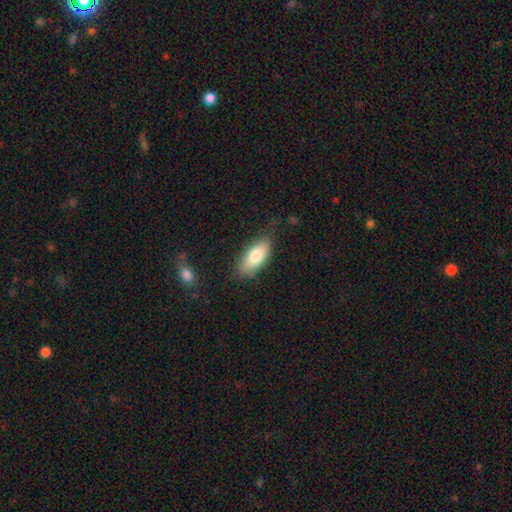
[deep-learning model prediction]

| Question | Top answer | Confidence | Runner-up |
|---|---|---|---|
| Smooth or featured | smooth | 77% | featured or disk (16%) |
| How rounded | in between | 83% | cigar-shaped (15%) |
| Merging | none | 72% | minor disturbance (21%) |